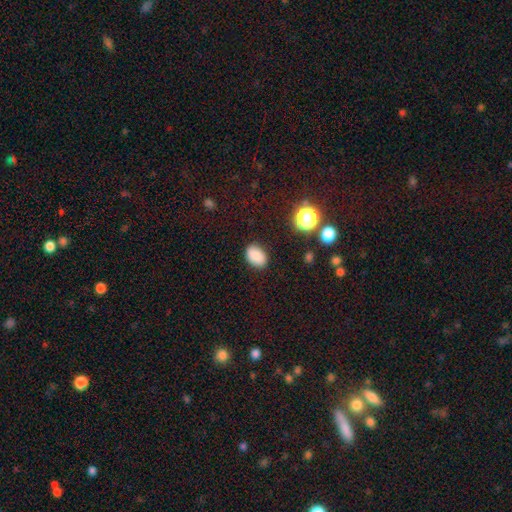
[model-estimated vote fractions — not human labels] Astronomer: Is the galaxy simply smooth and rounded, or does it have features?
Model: smooth — 86%.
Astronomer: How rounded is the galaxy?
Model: in between — 82%.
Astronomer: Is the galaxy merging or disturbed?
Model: none — 85%.